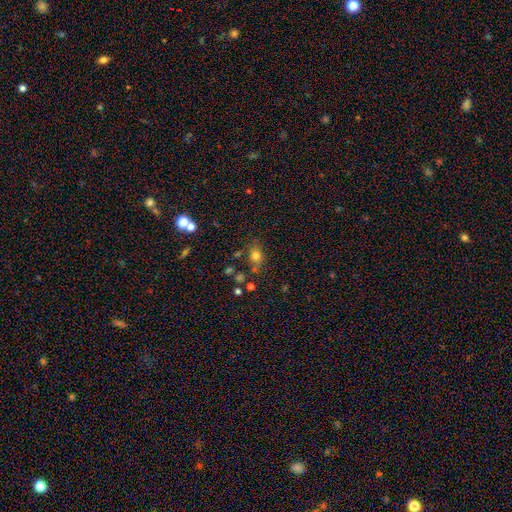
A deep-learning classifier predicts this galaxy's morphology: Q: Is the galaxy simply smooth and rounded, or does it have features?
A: smooth — 76%.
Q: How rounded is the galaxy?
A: in between — 59%.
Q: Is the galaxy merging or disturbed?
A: none — 69%.